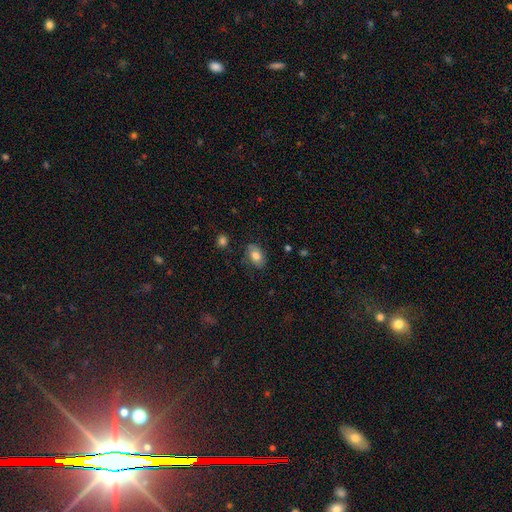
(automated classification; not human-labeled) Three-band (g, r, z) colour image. It shows a smooth galaxy with no disk features (75%) that is in between round and cigar-shaped (87%). Merging: none (77%).